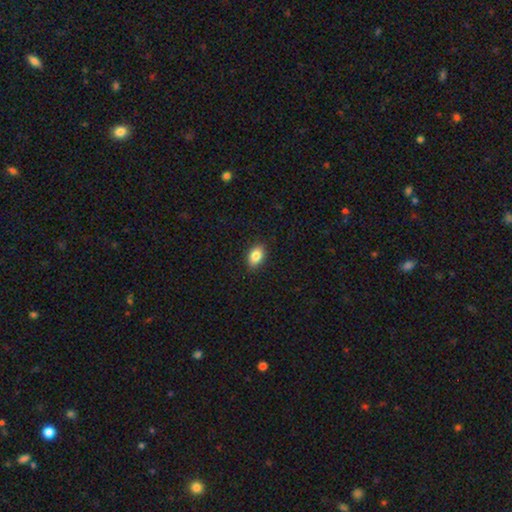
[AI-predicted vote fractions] Smooth or featured?
  - smooth: 85% *
  - star or artifact: 8%
  - featured or disk: 7%
How rounded?
  - in between: 88% *
  - round: 10%
  - cigar-shaped: 2%
Merging?
  - none: 89% *
  - minor disturbance: 8%
  - major disturbance: 2%
  - merger: 1%